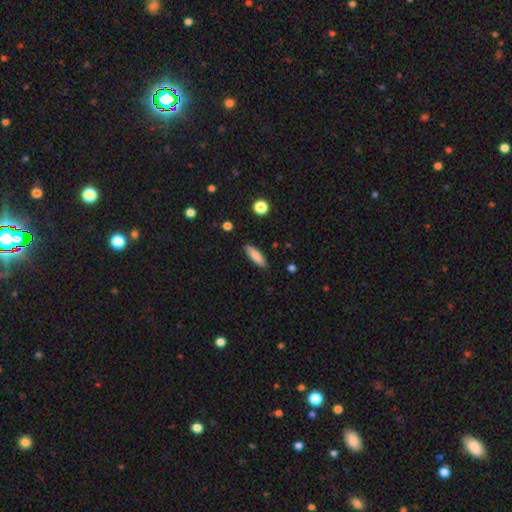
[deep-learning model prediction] smooth 85%, featured or disk 9%, star or artifact 7%. Down the decision tree: how rounded — cigar-shaped (50%); merging — none (87%).